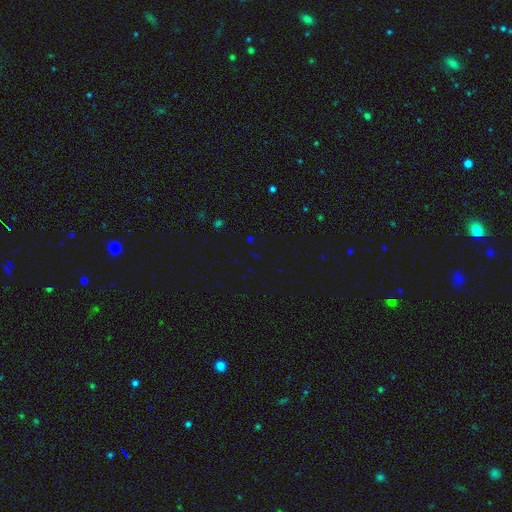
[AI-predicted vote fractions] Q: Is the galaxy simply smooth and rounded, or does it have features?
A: star or artifact — 70%.